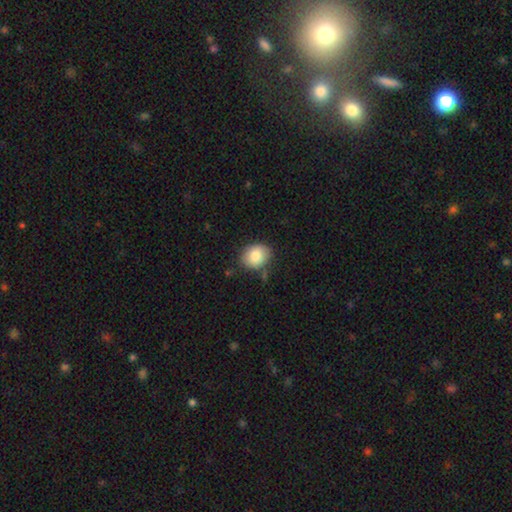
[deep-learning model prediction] smooth 83%, featured or disk 9%, star or artifact 8%. Down the decision tree: how rounded — round (51%); merging — none (78%).